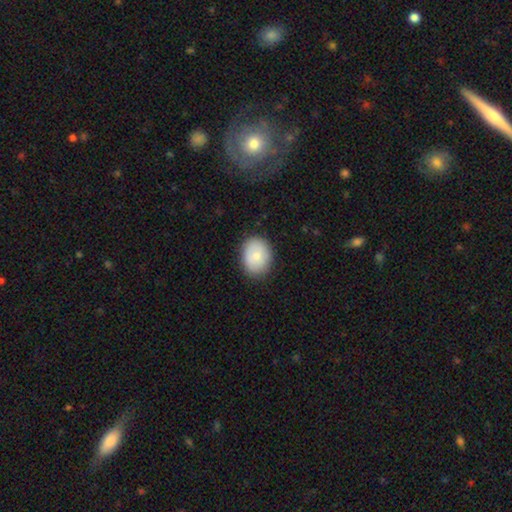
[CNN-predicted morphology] A smooth galaxy with no disk features (79%) that is in between round and cigar-shaped (54%).

Vote fractions:
- Smooth or featured? smooth: 79% / featured or disk: 14% / star or artifact: 7%
- How rounded? in between: 54% / round: 45% / cigar-shaped: 1%
- Merging? none: 85% / minor disturbance: 12% / major disturbance: 3% / merger: 1%